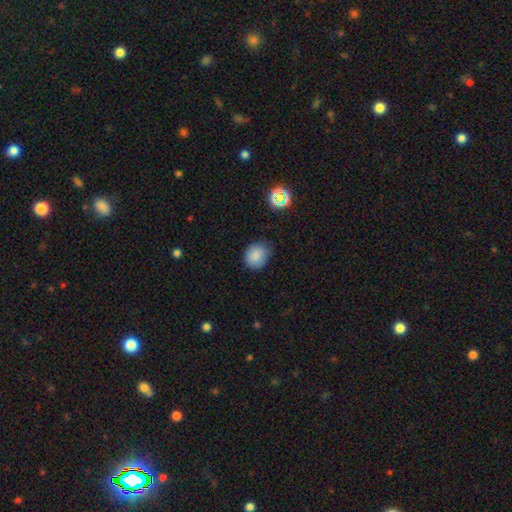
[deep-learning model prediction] The model was most divided on "how rounded": round: 64%, in between: 36%, cigar-shaped: 1%. More confident: smooth or featured — smooth (83%); merging — none (73%).